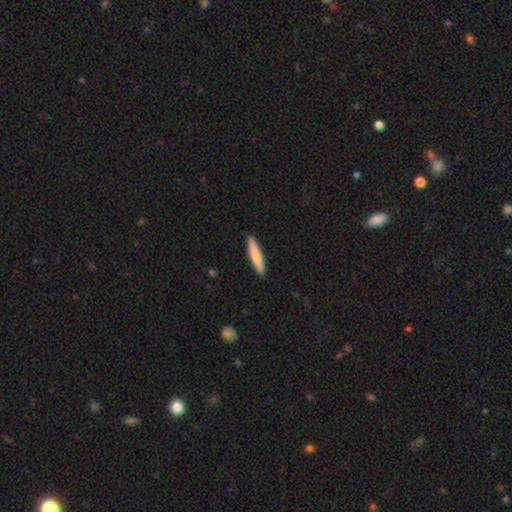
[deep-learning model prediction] The model was most divided on "smooth or featured": smooth: 79%, featured or disk: 16%, star or artifact: 5%. More confident: how rounded — cigar-shaped (92%); merging — none (91%).